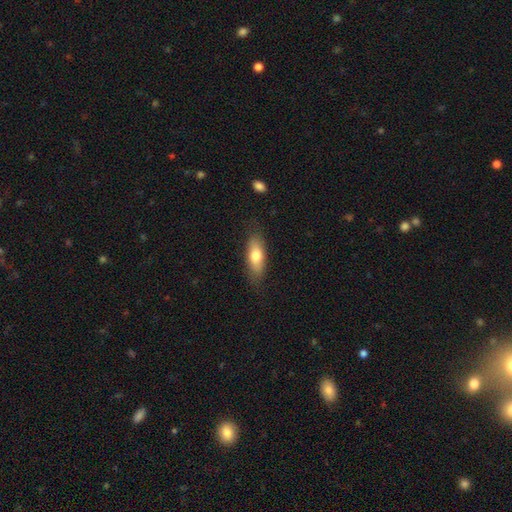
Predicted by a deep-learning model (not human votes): smooth-or-featured: smooth: 74% | featured or disk: 20% | star or artifact: 6%
  how-rounded: in between: 69% | cigar-shaped: 28% | round: 3%
  merging: none: 81% | minor disturbance: 14% | major disturbance: 4% | merger: 1%